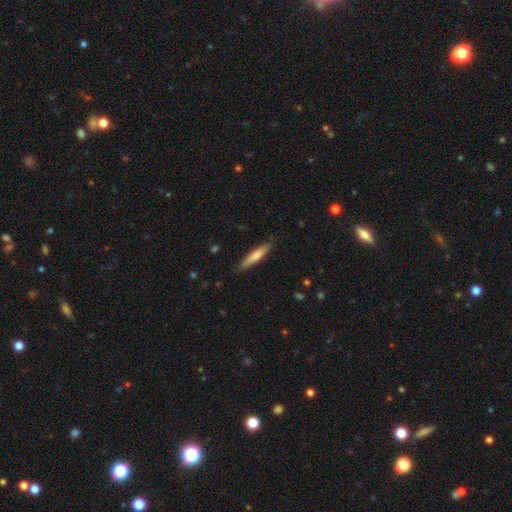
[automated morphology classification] Overall: smooth (66%; featured or disk 28%). How rounded: cigar-shaped (88%). Merging: none (86%).